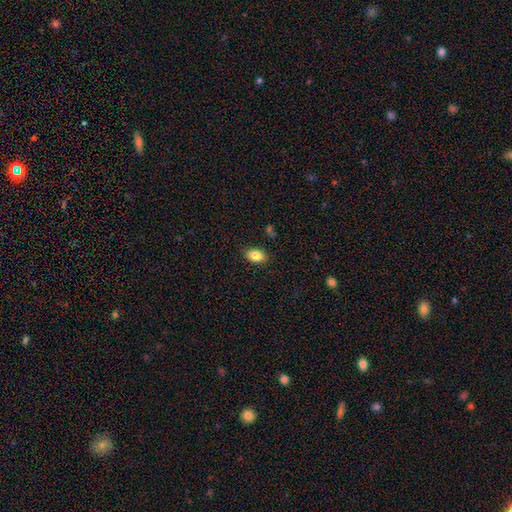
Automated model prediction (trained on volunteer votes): Q: Smooth or featured?
A: smooth (83%); runner-up: star or artifact (8%)
Q: How rounded?
A: in between (88%); runner-up: round (10%)
Q: Merging?
A: none (85%); runner-up: minor disturbance (11%)